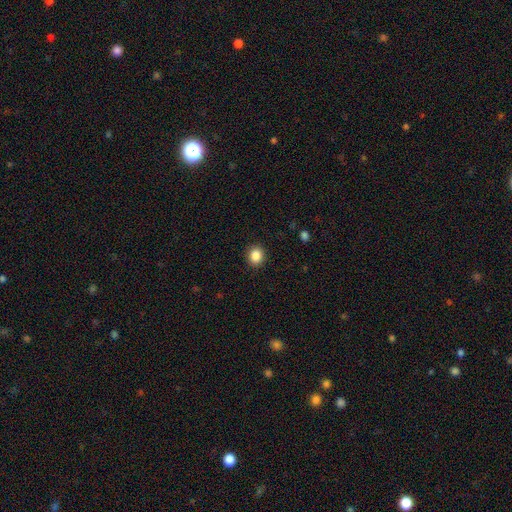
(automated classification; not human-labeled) A smooth galaxy with no disk features (86%) that is round (79%).

Vote fractions:
- Smooth or featured? smooth: 86% / star or artifact: 10% / featured or disk: 4%
- How rounded? round: 79% / in between: 20% / cigar-shaped: 1%
- Merging? none: 91% / minor disturbance: 6% / major disturbance: 2% / merger: 1%